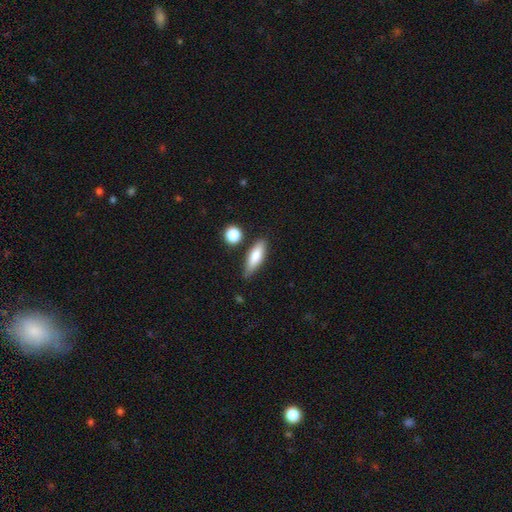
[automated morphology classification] type=smooth (74%); roundness=in between (52%); merging=none (77%).